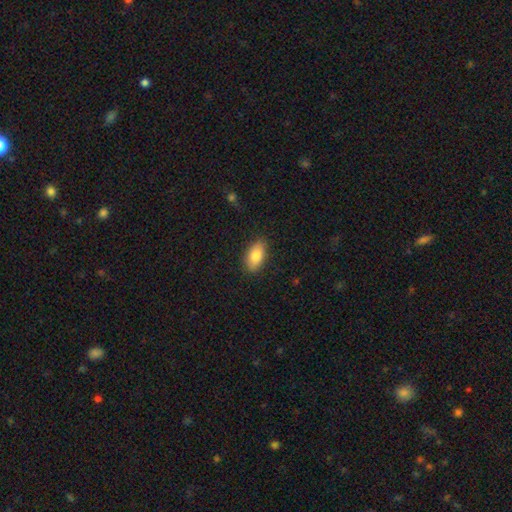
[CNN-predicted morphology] A smooth galaxy with no disk features (82%) that is in between round and cigar-shaped (91%). Merging: none (85%).